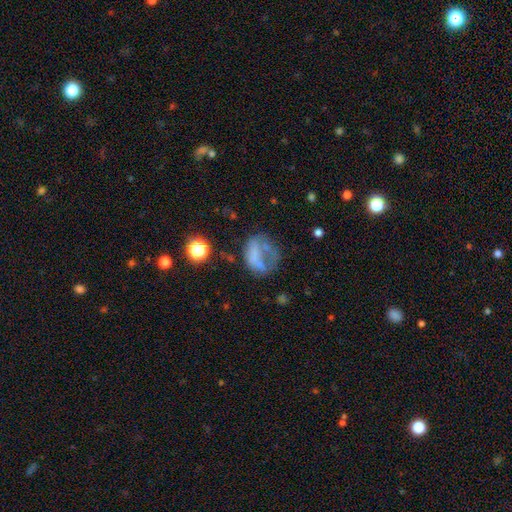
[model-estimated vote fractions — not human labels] This appears to be a smooth galaxy with no disk features (46%). Merging: major disturbance (38%).